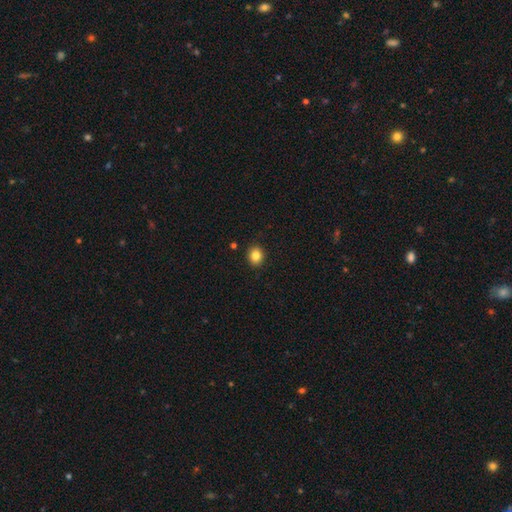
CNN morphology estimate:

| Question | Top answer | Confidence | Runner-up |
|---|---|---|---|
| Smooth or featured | smooth | 84% | star or artifact (10%) |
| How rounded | round | 76% | in between (23%) |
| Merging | none | 90% | minor disturbance (7%) |